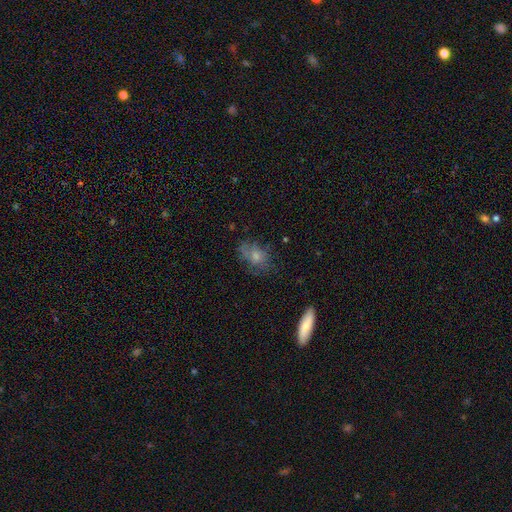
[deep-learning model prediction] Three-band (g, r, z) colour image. It shows a smooth galaxy with no disk features (45%). Merging: none (62%).